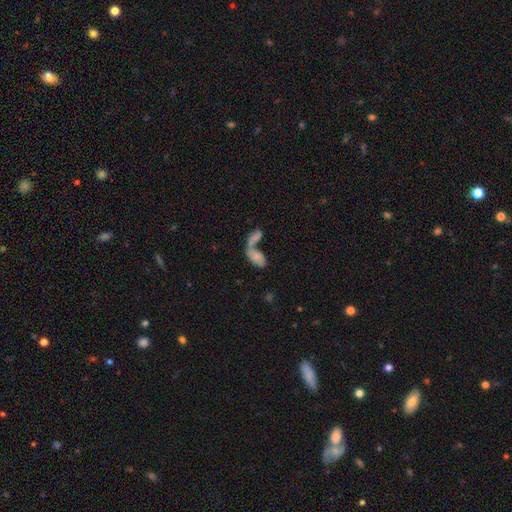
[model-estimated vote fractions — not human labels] smooth 64%, featured or disk 27%, star or artifact 9%. Down the decision tree: how rounded — in between (88%); merging — merger (69%).